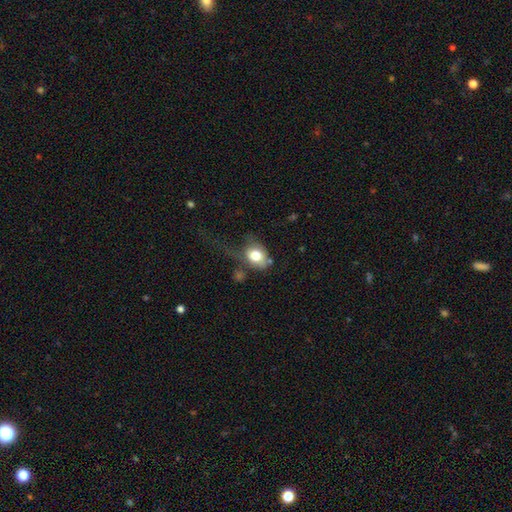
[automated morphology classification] Smooth or featured?
  - smooth: 73% *
  - featured or disk: 18%
  - star or artifact: 9%
How rounded?
  - in between: 57% *
  - round: 42%
  - cigar-shaped: 1%
Merging?
  - major disturbance: 34% *
  - none: 32%
  - minor disturbance: 26%
  - merger: 8%